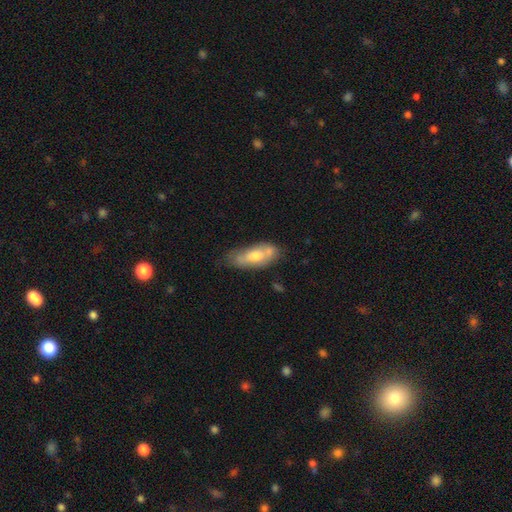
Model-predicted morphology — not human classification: This is possibly a smooth galaxy (52%). How rounded: likely in between (71%). Merging: possibly none (52%).